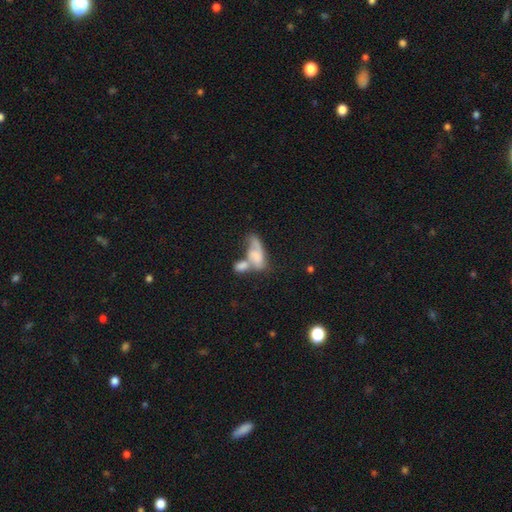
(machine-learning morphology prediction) This appears to be a smooth galaxy with no disk features (60%) that is in between round and cigar-shaped (84%). Merging: merger (60%).